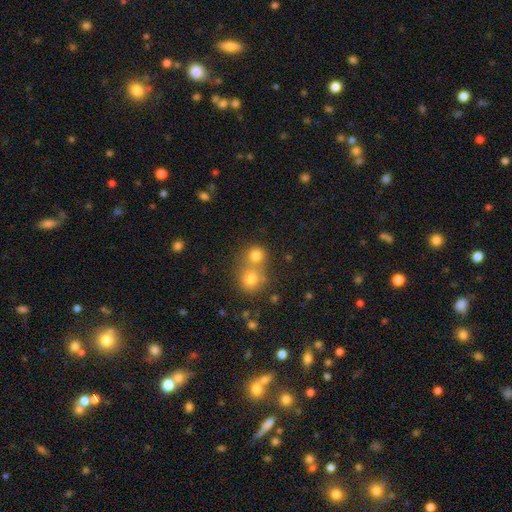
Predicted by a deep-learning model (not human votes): smooth 79%, star or artifact 13%, featured or disk 8%. Down the decision tree: how rounded — round (86%); merging — none (46%).